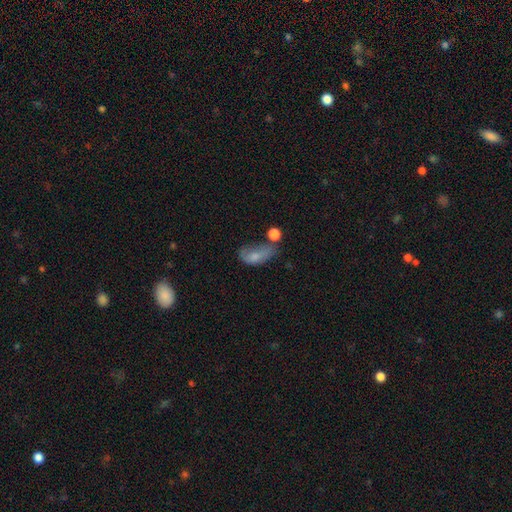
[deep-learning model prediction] Overall: smooth (67%). How rounded: in between (86%). Merging: major disturbance (37%; minor disturbance 27%).